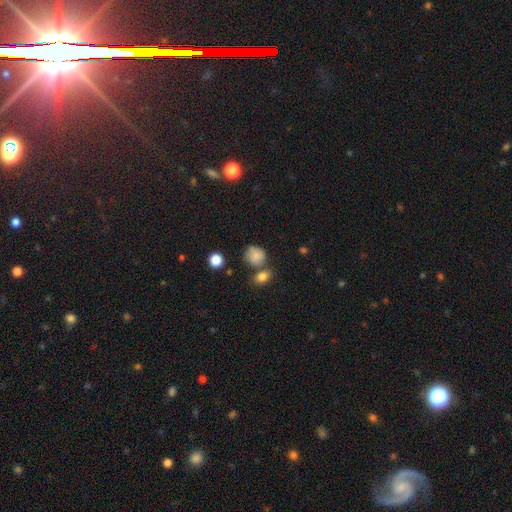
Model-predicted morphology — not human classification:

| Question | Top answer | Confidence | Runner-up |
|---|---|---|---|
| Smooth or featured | smooth | 81% | star or artifact (11%) |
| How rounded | round | 74% | in between (25%) |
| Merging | none | 54% | minor disturbance (21%) |